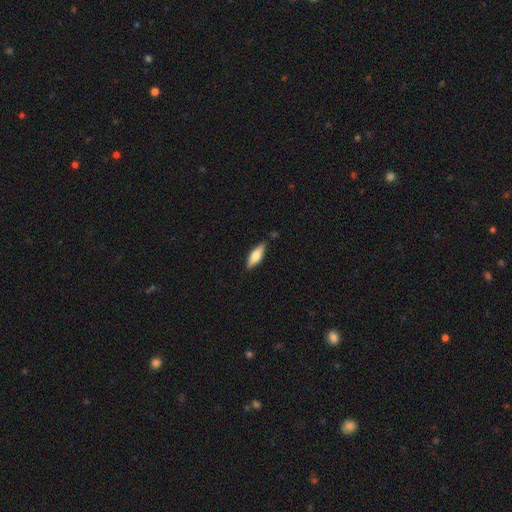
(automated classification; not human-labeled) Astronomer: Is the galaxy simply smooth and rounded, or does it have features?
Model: smooth — 69%.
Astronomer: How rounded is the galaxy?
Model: in between — 58% (runner-up: cigar-shaped, 40%).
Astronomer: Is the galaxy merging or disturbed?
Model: none — 82%.